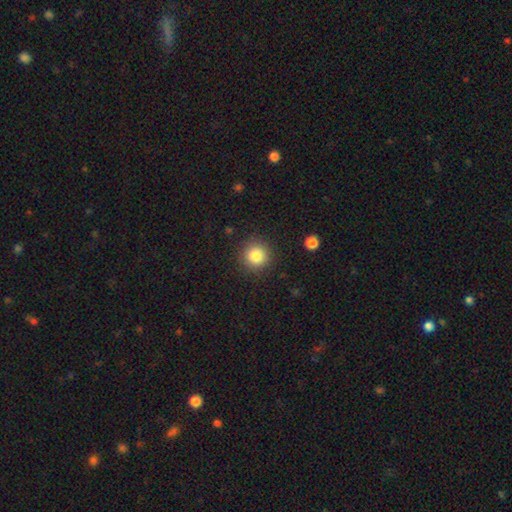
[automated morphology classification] This appears to be a smooth galaxy with no disk features (83%) that is round (94%). Merging: none (90%).